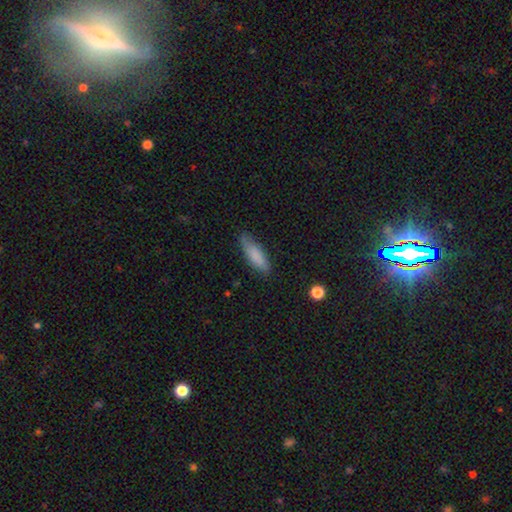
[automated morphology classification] Overall: smooth (82%). How rounded: cigar-shaped (52%; in between 46%). Merging: none (76%).